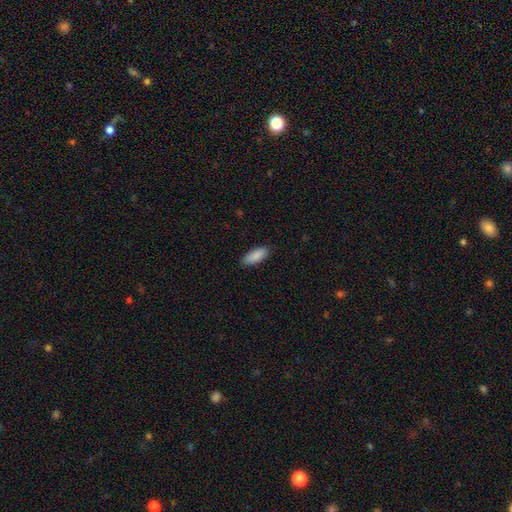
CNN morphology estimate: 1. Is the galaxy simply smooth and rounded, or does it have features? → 89% smooth, 6% star or artifact, 5% featured or disk.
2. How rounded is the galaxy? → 80% in between, 18% cigar-shaped, 2% round.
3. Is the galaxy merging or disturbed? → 88% none, 10% minor disturbance, 2% major disturbance, 1% merger.